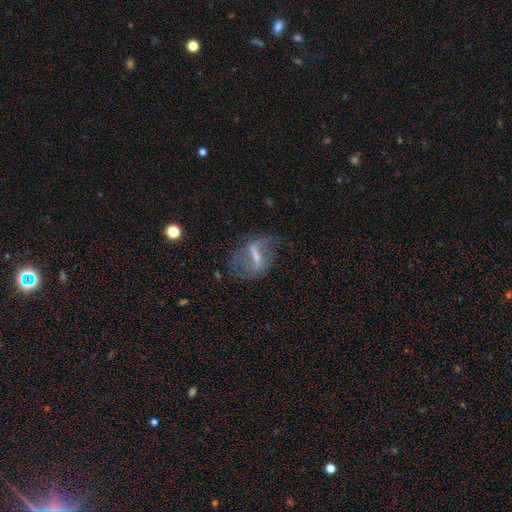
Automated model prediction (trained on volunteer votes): smooth-or-featured: featured or disk: 68% | smooth: 21% | star or artifact: 11%
  disk-edge-on: no: 91% | yes: 9%
    bar: strong: 53% | weak: 34% | no: 12%
    has-spiral-arms: yes: 61% | no: 39%
    bulge-size: small: 40% | none: 30% | moderate: 25% | large: 4% | dominant: 1%
  merging: none: 54% | major disturbance: 22% | minor disturbance: 21% | merger: 3%